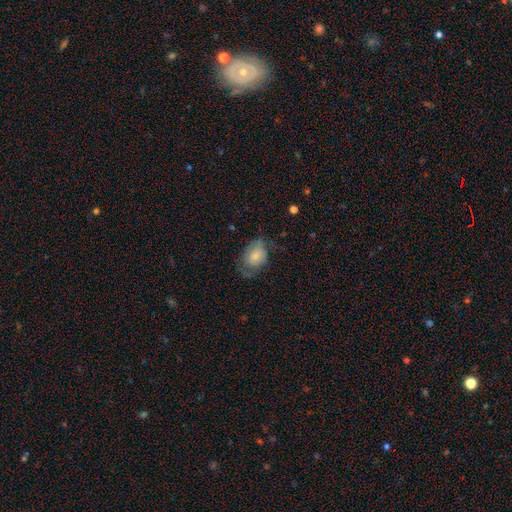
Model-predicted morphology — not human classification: Smooth or featured?
  - smooth: 63% *
  - featured or disk: 30%
  - star or artifact: 8%
How rounded?
  - in between: 73% *
  - round: 26%
  - cigar-shaped: 1%
Merging?
  - none: 41% *
  - minor disturbance: 31%
  - major disturbance: 26%
  - merger: 2%